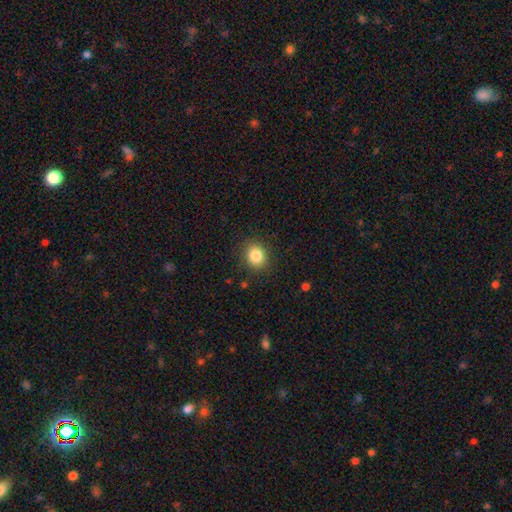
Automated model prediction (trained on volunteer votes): A smooth galaxy with no disk features (84%) that is round (74%).

Vote fractions:
- Smooth or featured? smooth: 84% / star or artifact: 10% / featured or disk: 6%
- How rounded? round: 74% / in between: 25% / cigar-shaped: 1%
- Merging? none: 88% / minor disturbance: 9% / major disturbance: 3% / merger: 1%